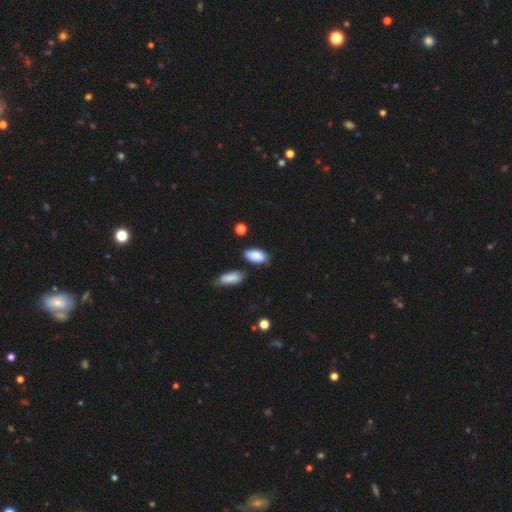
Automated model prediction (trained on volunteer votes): smooth_or_featured: smooth (p=0.86) [alt: star or artifact p=0.07]
how_rounded: in between (p=0.92) [alt: cigar-shaped p=0.05]
merging: none (p=0.70) [alt: minor disturbance p=0.19]